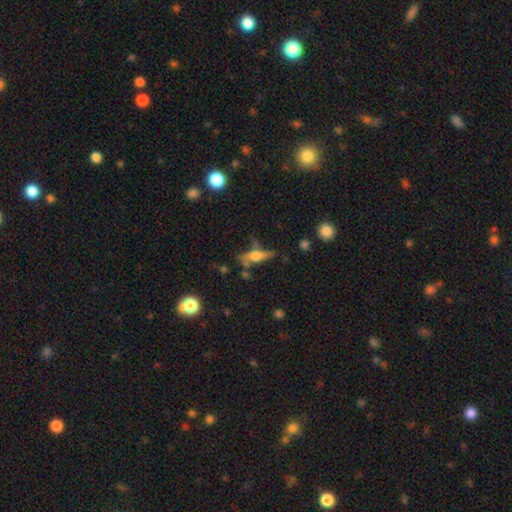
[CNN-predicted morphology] featured or disk 48%, smooth 41%, star or artifact 11%. Down the decision tree: merging — none (50%).